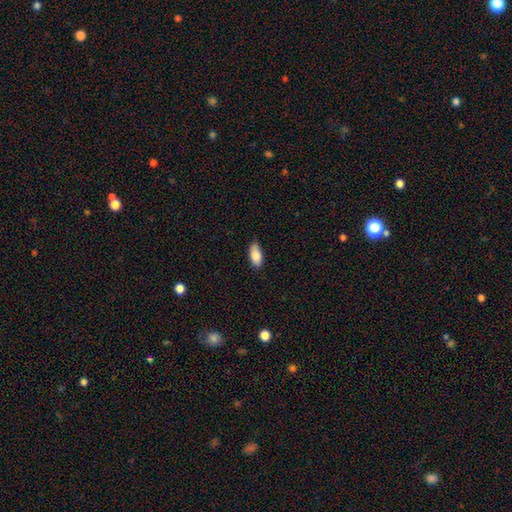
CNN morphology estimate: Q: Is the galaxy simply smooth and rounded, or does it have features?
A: smooth — 87%.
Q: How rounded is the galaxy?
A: in between — 89%.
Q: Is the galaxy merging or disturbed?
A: none — 77%.